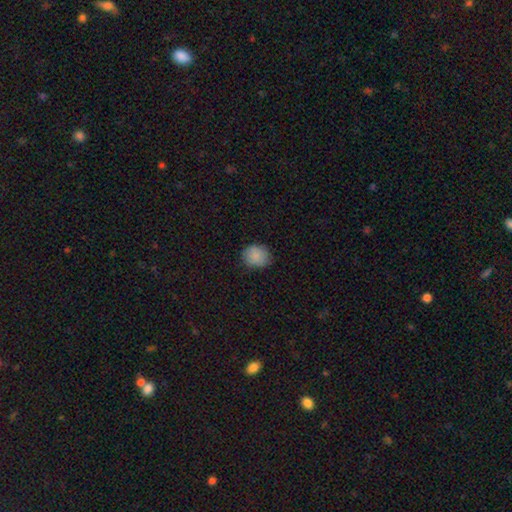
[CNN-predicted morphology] This is clearly a smooth galaxy (86%). How rounded: likely round (69%). Merging: likely none (79%).